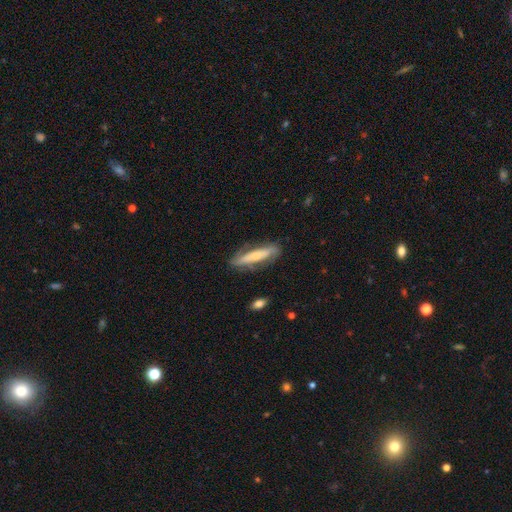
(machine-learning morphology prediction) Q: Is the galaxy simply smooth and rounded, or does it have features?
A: featured or disk — 55%.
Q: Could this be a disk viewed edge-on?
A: no — 50%, tied with yes.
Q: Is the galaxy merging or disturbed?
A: none — 76%.